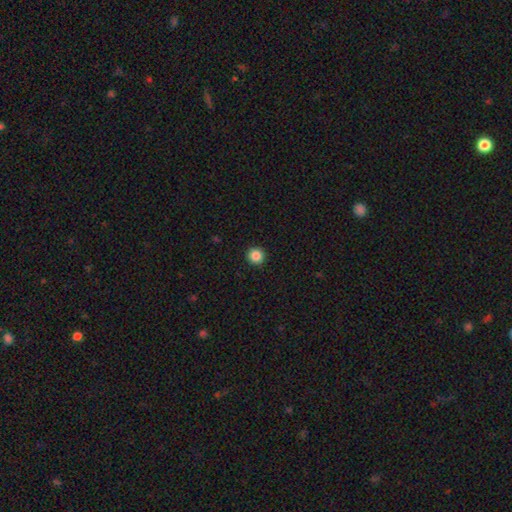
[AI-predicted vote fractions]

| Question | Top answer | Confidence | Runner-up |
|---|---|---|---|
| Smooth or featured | smooth | 86% | star or artifact (10%) |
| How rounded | round | 95% | in between (4%) |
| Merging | none | 93% | minor disturbance (4%) |